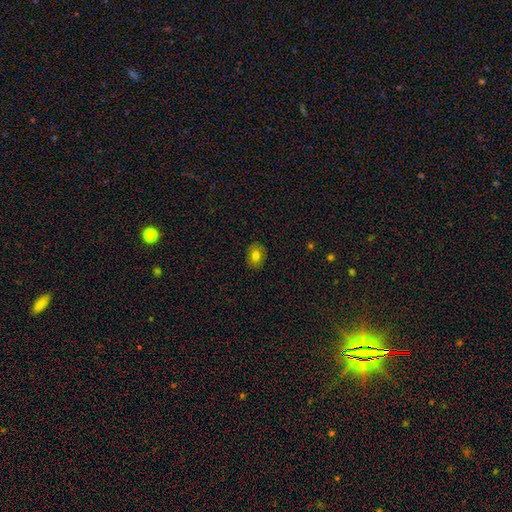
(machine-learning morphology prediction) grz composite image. It shows a smooth galaxy with no disk features (78%) that is in between round and cigar-shaped (57%). Merging: none (88%).